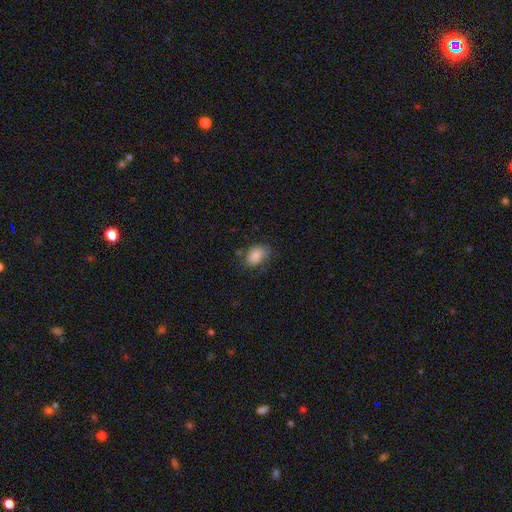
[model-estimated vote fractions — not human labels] Smooth or featured? smooth (79%)
How rounded? in between (80%)
Merging? none (64%)